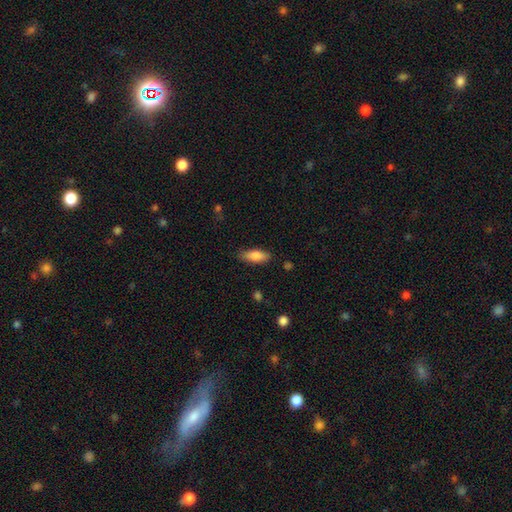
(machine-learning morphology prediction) smooth 82%, featured or disk 12%, star or artifact 7%. Down the decision tree: how rounded — in between (71%); merging — none (83%).